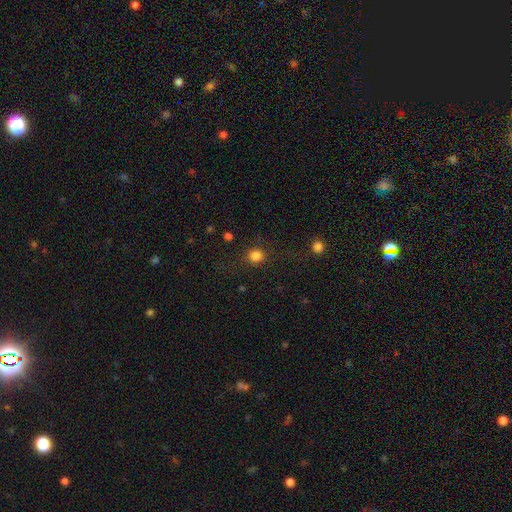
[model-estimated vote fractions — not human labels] A smooth galaxy with no disk features (83%) that is round (88%). Merging: none (84%).